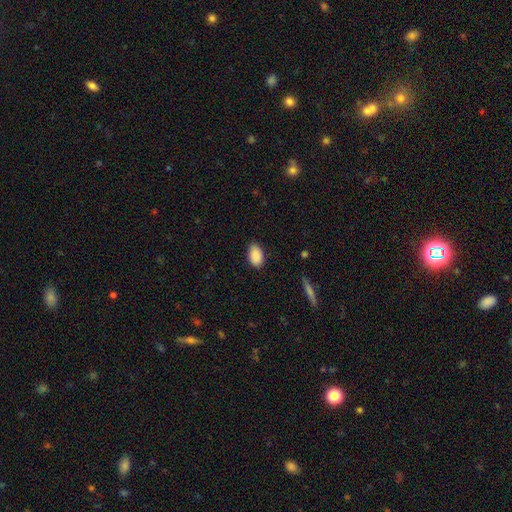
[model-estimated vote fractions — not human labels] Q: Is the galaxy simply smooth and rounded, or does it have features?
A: smooth — 90%.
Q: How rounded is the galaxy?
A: in between — 91%.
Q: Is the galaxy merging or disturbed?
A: none — 84%.